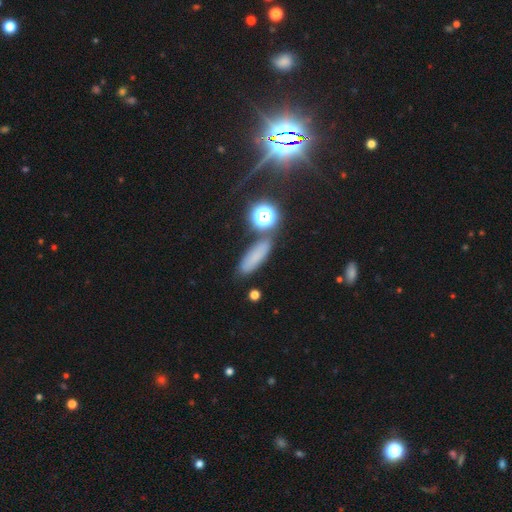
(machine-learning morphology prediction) A smooth galaxy with no disk features (65%) that is in between round and cigar-shaped (50%). Merging: none (79%).